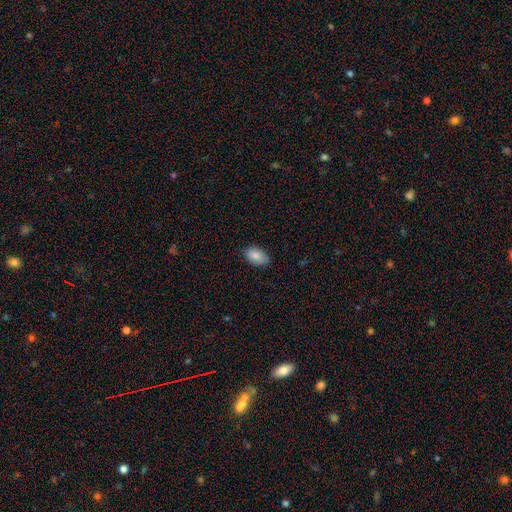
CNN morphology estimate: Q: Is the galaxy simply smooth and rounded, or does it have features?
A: smooth — 87%.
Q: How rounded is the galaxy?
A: in between — 93%.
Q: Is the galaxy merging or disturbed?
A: none — 83%.